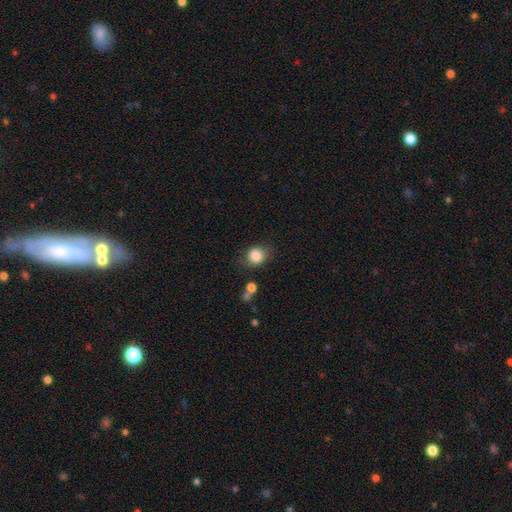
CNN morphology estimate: Overall: smooth (84%). How rounded: round (73%). Merging: none (70%).